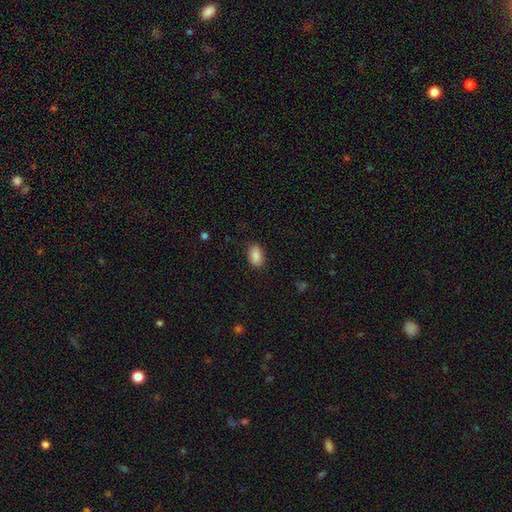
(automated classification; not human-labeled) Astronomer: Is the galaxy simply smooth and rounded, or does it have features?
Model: smooth — 88%.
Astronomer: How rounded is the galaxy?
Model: in between — 91%.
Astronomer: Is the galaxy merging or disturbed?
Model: none — 86%.